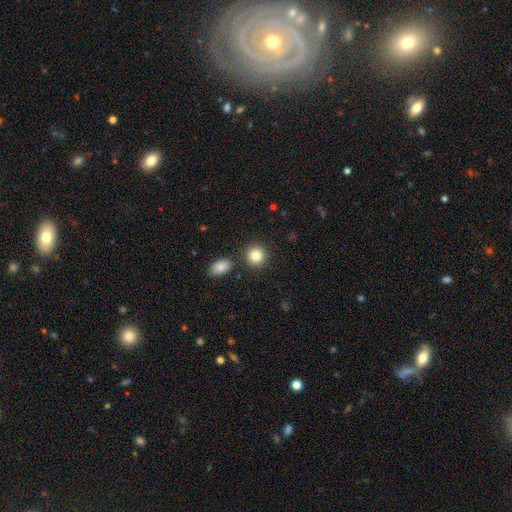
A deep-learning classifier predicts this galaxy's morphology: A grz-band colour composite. It shows a smooth galaxy with no disk features (84%) that is round (87%). Merging: none (84%).